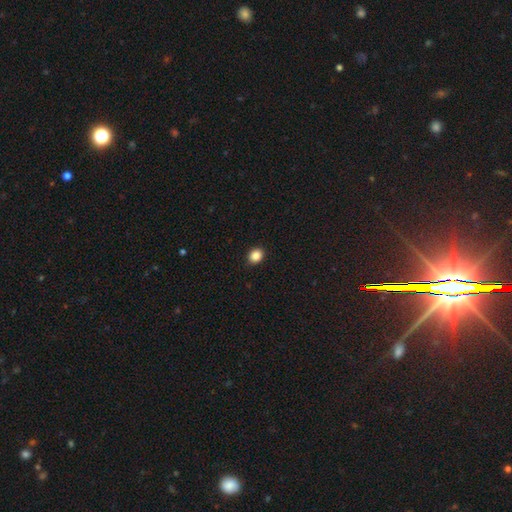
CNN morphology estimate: Smooth or featured: smooth — 87% (star or artifact — 10%)
How rounded: round — 60% (in between — 39%)
Merging: none — 91% (minor disturbance — 6%)